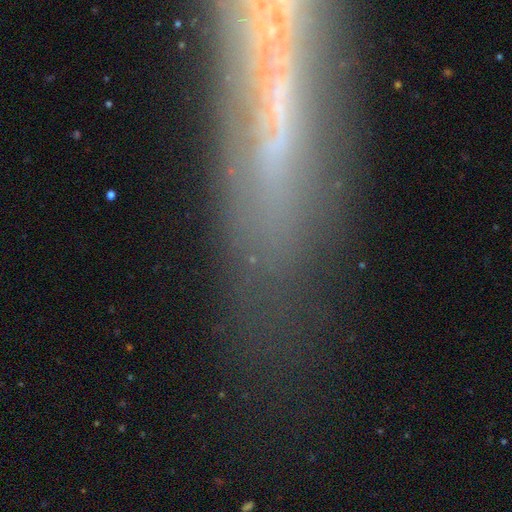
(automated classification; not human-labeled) Overall: featured or disk (53%; smooth 27%). Edge-on disk: yes (58%; no 42%). Merging: none (63%).